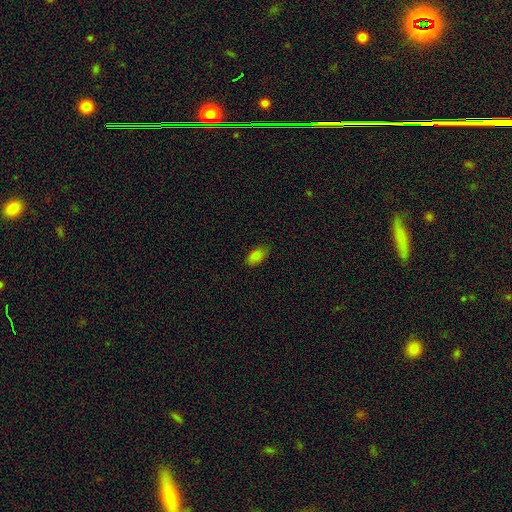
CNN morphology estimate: Smooth or featured?
  - smooth: 83% *
  - star or artifact: 10%
  - featured or disk: 7%
How rounded?
  - in between: 91% *
  - cigar-shaped: 5%
  - round: 4%
Merging?
  - none: 81% *
  - minor disturbance: 15%
  - major disturbance: 3%
  - merger: 1%